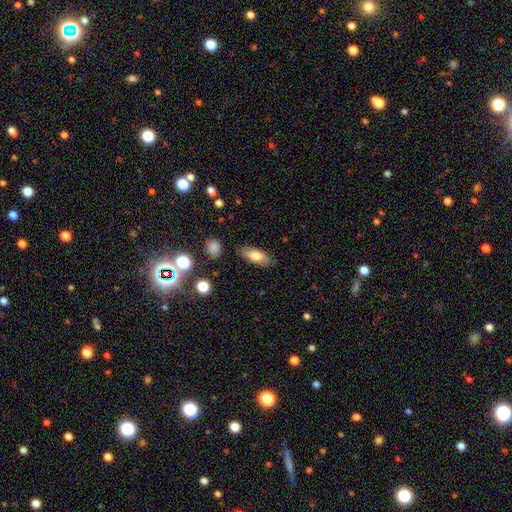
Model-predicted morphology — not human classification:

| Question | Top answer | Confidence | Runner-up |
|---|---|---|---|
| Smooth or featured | smooth | 73% | featured or disk (20%) |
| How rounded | in between | 72% | cigar-shaped (25%) |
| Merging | none | 84% | minor disturbance (12%) |